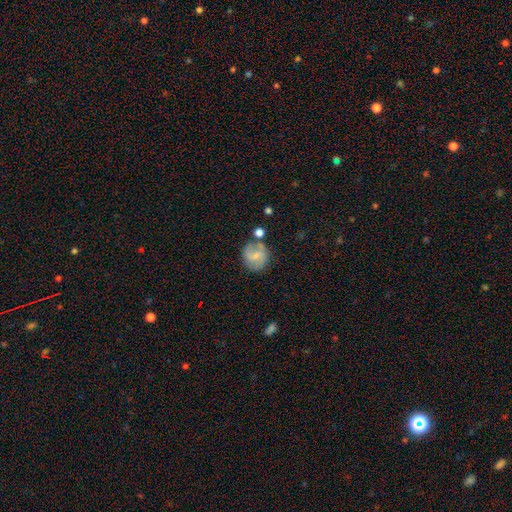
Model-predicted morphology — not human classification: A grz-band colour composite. It shows a featured or disk galaxy (54%) with a weak bar (52%), spiral arms (82%) and a small central bulge (49%). Merging: none (62%).